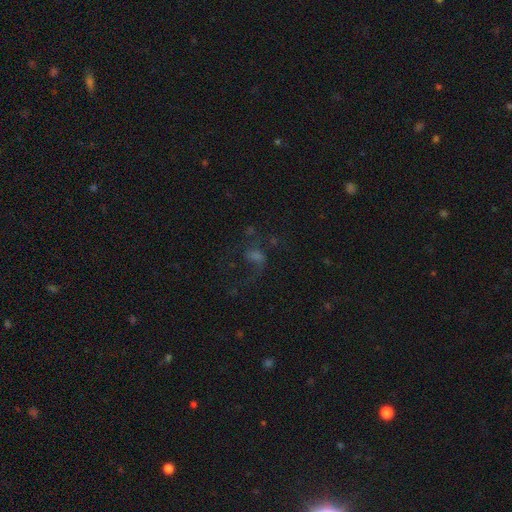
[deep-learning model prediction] A featured or disk galaxy (42%). Merging: none (45%).